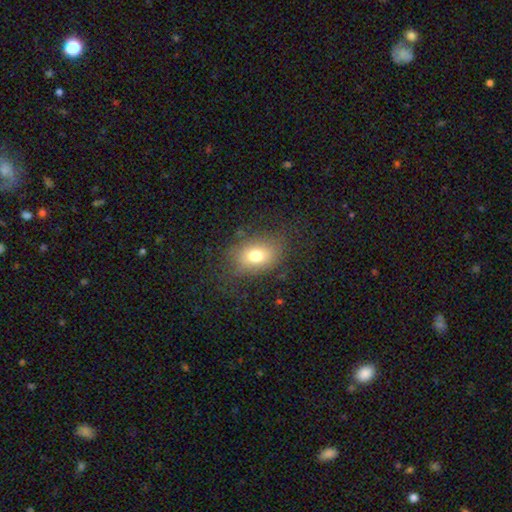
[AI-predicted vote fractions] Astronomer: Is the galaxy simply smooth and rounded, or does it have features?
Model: smooth — 73%.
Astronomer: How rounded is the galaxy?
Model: in between — 73%.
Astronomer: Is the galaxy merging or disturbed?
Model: none — 73%.